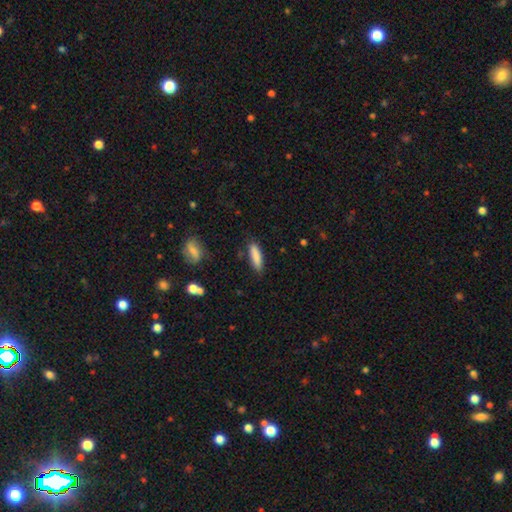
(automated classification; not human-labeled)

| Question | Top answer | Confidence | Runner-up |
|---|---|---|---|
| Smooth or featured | smooth | 86% | featured or disk (7%) |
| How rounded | cigar-shaped | 62% | in between (36%) |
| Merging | none | 82% | minor disturbance (13%) |